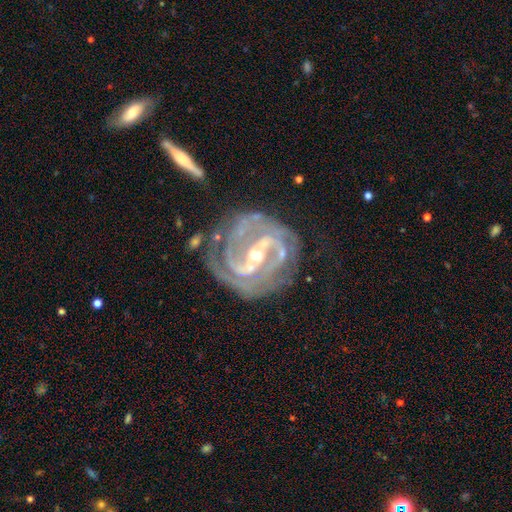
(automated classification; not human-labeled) Overall: featured or disk (92%). Edge-on disk: no (97%). Bar: strong (61%; weak 29%). Spiral arms: yes (97%). Spiral arm count: 2 (43%; 3 26%). Spiral winding: tight (58%; medium 35%). Bulge size: moderate (49%; small 47%). Merging: none (64%).